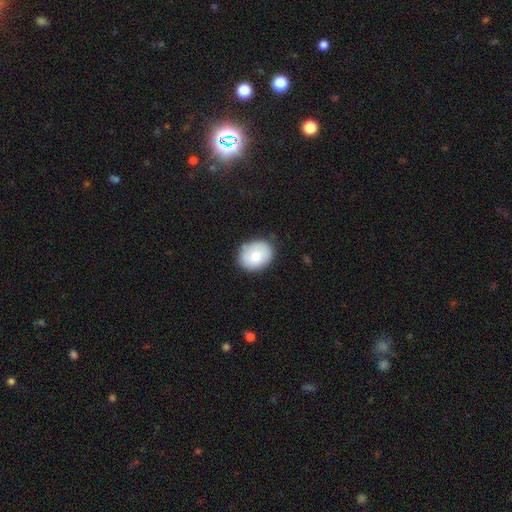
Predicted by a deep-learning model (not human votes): Smooth or featured? smooth (79%)
How rounded? in between (57%)
Merging? none (77%)